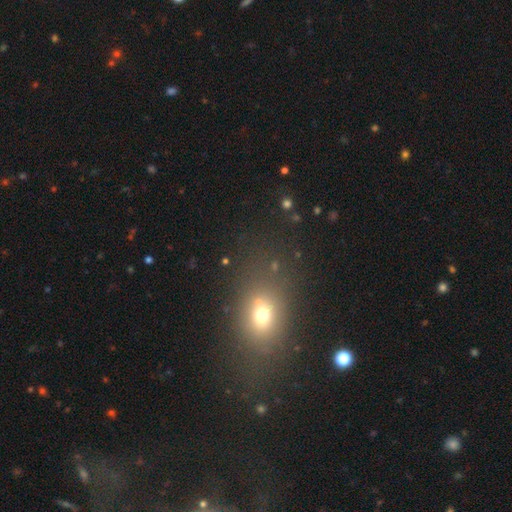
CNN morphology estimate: A smooth galaxy with no disk features (59%) that is in between round and cigar-shaped (64%).

Vote fractions:
- Smooth or featured? smooth: 59% / star or artifact: 29% / featured or disk: 12%
- How rounded? in between: 64% / round: 32% / cigar-shaped: 4%
- Merging? none: 82% / minor disturbance: 10% / major disturbance: 6% / merger: 3%